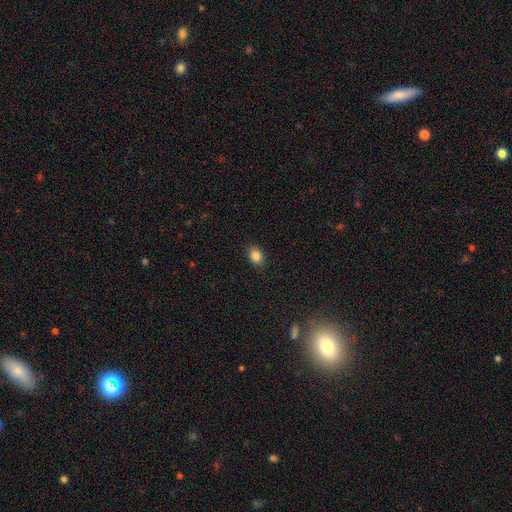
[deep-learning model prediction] smooth 86%, star or artifact 10%, featured or disk 4%. Down the decision tree: how rounded — in between (69%); merging — none (87%).